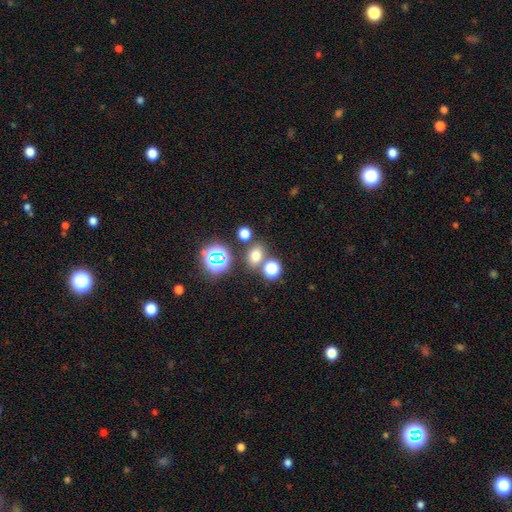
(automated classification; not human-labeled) A smooth galaxy with no disk features (65%) that is in between round and cigar-shaped (55%). Merging: none (72%).